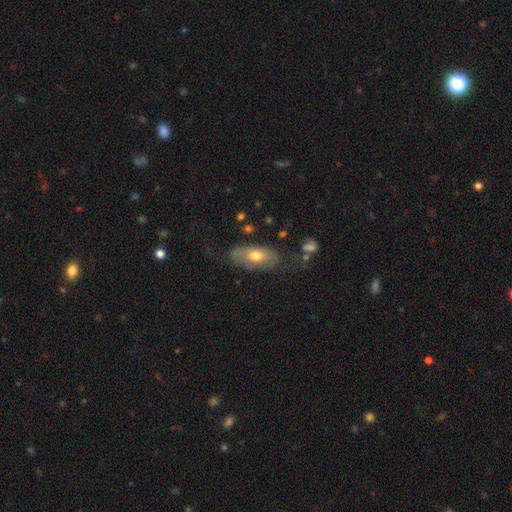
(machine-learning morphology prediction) smooth-or-featured: smooth: 58% | featured or disk: 35% | star or artifact: 7%
  how-rounded: in between: 87% | cigar-shaped: 9% | round: 4%
  merging: none: 63% | minor disturbance: 24% | major disturbance: 10% | merger: 3%